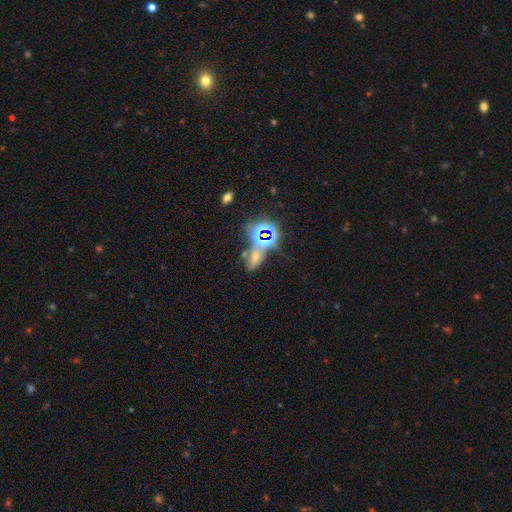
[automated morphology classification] Smooth or featured: star or artifact — 60% (smooth — 22%)